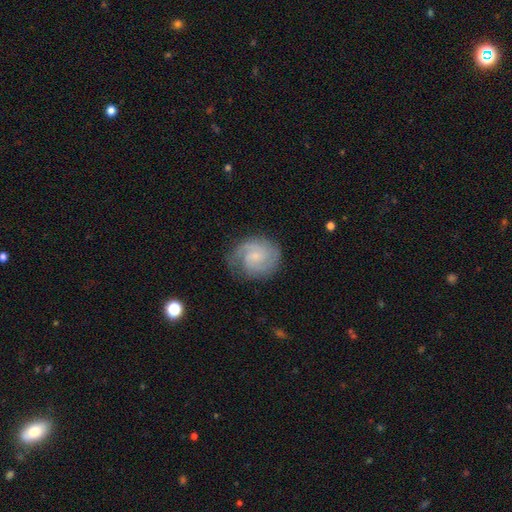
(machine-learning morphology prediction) Q: Smooth or featured?
A: featured or disk (82%); runner-up: smooth (12%)
Q: Edge-on disk?
A: no (98%); runner-up: yes (2%)
Q: Bar?
A: no (61%); runner-up: weak (34%)
Q: Spiral arms?
A: yes (97%); runner-up: no (3%)
Q: Spiral winding?
A: tight (56%); runner-up: medium (37%)
Q: Spiral arm count?
A: 2 (54%); runner-up: 3 (20%)
Q: Bulge size?
A: small (71%); runner-up: moderate (17%)
Q: Merging?
A: none (77%); runner-up: minor disturbance (16%)